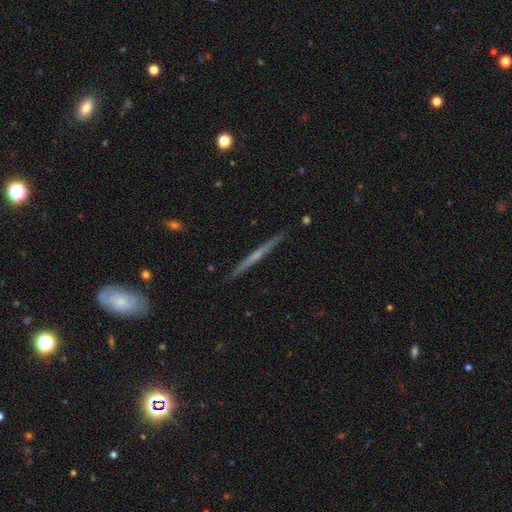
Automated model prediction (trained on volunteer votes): smooth-or-featured: featured or disk: 61% | smooth: 33% | star or artifact: 6%
  disk-edge-on: yes: 98% | no: 2%
    edge-on-bulge: none: 77% | rounded: 18% | boxy: 5%
  merging: none: 91% | minor disturbance: 6% | major disturbance: 1% | merger: 1%